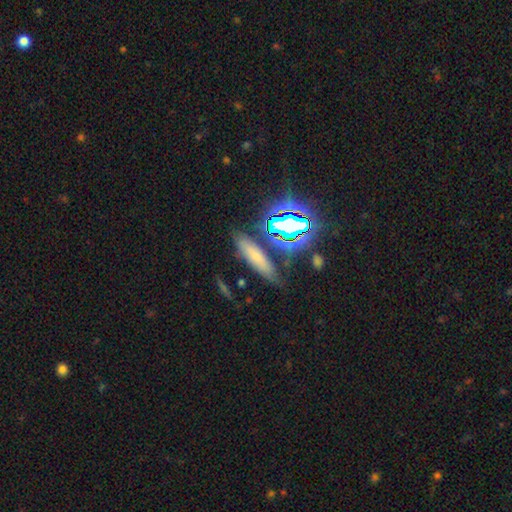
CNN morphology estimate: Q: Smooth or featured?
A: smooth (49%); runner-up: star or artifact (32%)
Q: Merging?
A: none (75%); runner-up: minor disturbance (14%)